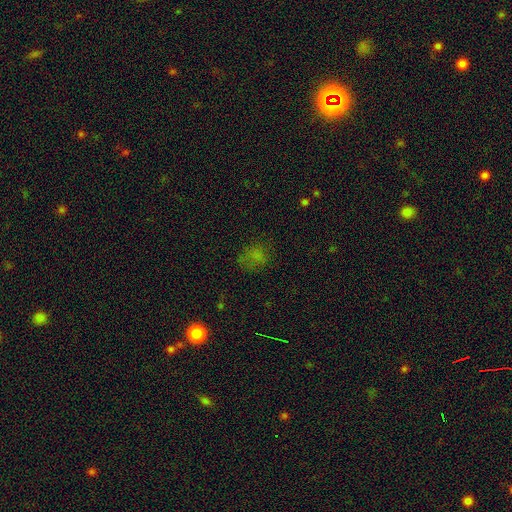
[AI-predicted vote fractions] A smooth galaxy with no disk features (62%) that is round (57%). Merging: none (64%).